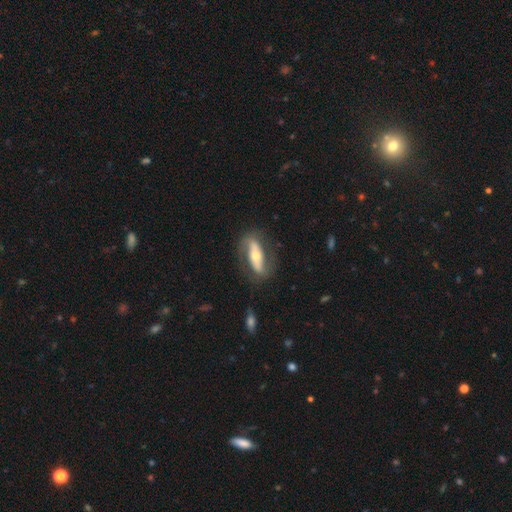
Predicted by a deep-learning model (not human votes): The model was most divided on "bar": strong: 50%, no: 33%, weak: 17%. More confident: edge-on disk — no (76%); merging — none (75%); smooth or featured — featured or disk (67%); spiral arms — yes (64%); bulge size — moderate (61%).